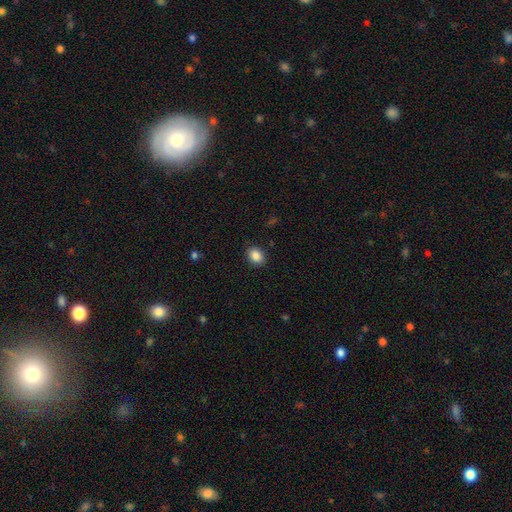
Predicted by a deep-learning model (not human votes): Morphology: type=smooth (87%); roundness=in between (58%); merging=none (89%).